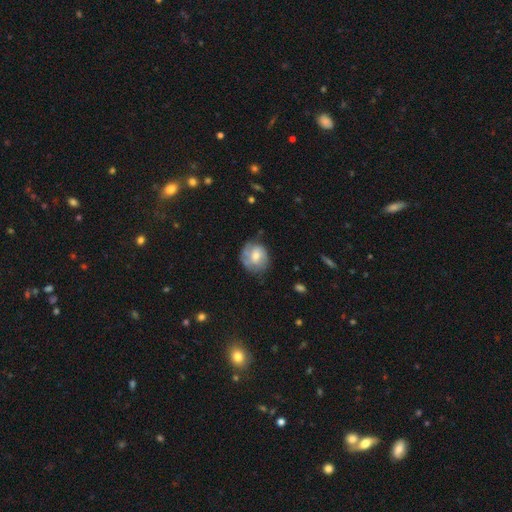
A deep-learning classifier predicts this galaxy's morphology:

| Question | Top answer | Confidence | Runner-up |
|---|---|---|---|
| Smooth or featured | smooth | 51% | featured or disk (42%) |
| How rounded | round | 70% | in between (29%) |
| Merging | none | 60% | minor disturbance (27%) |